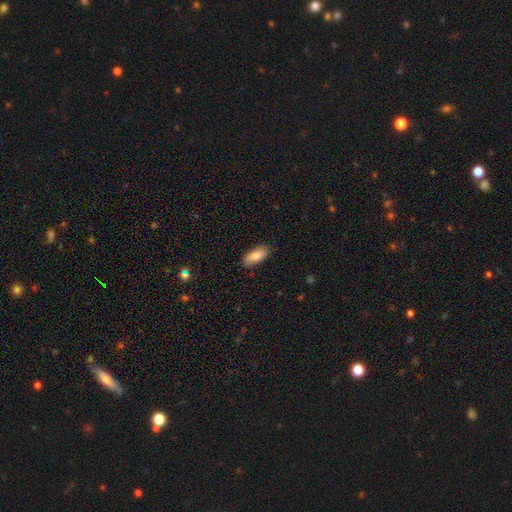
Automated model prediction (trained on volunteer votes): smooth-or-featured: smooth: 78% | featured or disk: 16% | star or artifact: 7%
  how-rounded: in between: 84% | cigar-shaped: 14% | round: 2%
  merging: none: 85% | minor disturbance: 11% | major disturbance: 2% | merger: 1%